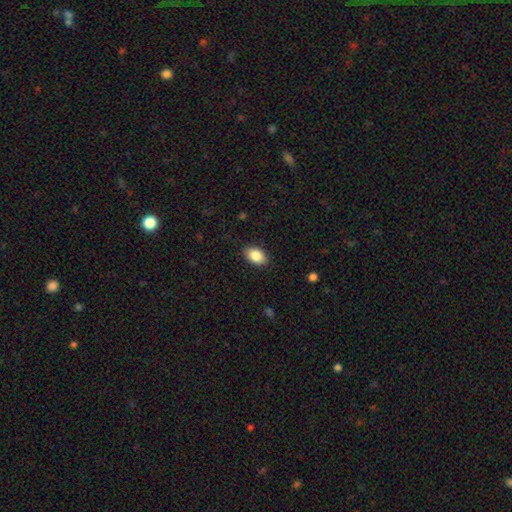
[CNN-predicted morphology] smooth 87%, star or artifact 7%, featured or disk 5%. Down the decision tree: how rounded — in between (88%); merging — none (88%).